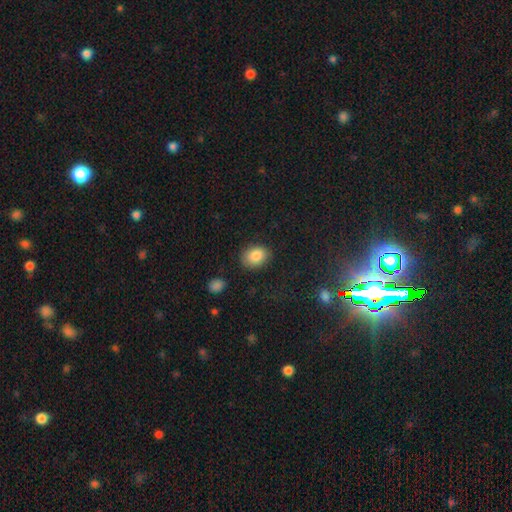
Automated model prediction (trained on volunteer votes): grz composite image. It shows a smooth galaxy with no disk features (87%) that is in between round and cigar-shaped (71%). Merging: none (83%).